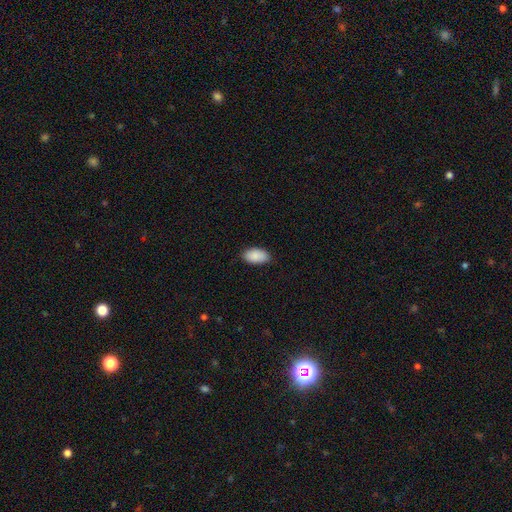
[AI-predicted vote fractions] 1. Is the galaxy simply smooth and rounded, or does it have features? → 89% smooth, 6% star or artifact, 4% featured or disk.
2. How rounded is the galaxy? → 95% in between, 3% round, 2% cigar-shaped.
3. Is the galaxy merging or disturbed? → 85% none, 12% minor disturbance, 2% major disturbance, 1% merger.